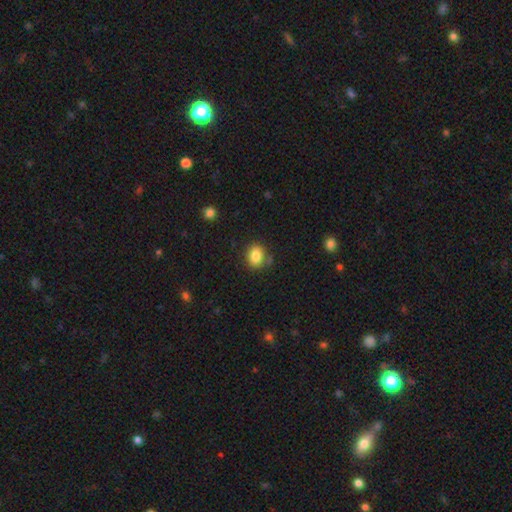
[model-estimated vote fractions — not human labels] Morphology: type=smooth (84%); roundness=in between (53%); merging=none (78%).